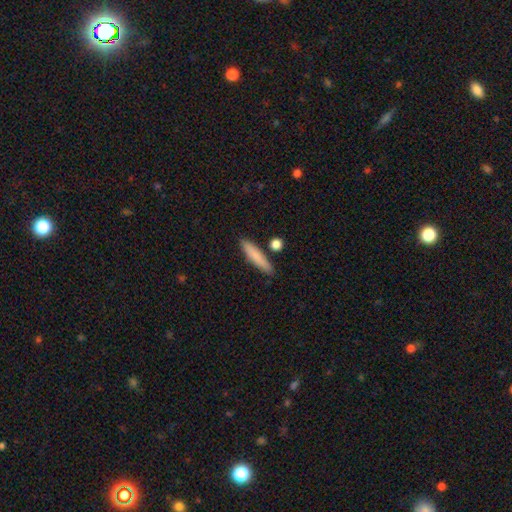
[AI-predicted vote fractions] smooth 80%, featured or disk 14%, star or artifact 6%. Down the decision tree: how rounded — cigar-shaped (86%); merging — none (83%).